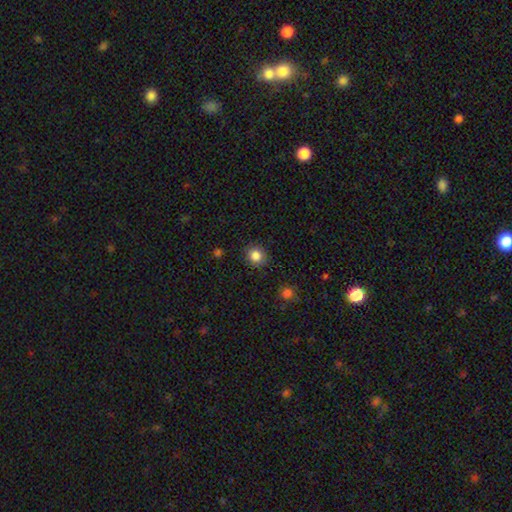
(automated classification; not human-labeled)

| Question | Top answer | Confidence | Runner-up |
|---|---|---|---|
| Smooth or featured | smooth | 85% | star or artifact (11%) |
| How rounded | round | 88% | in between (11%) |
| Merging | none | 88% | minor disturbance (8%) |